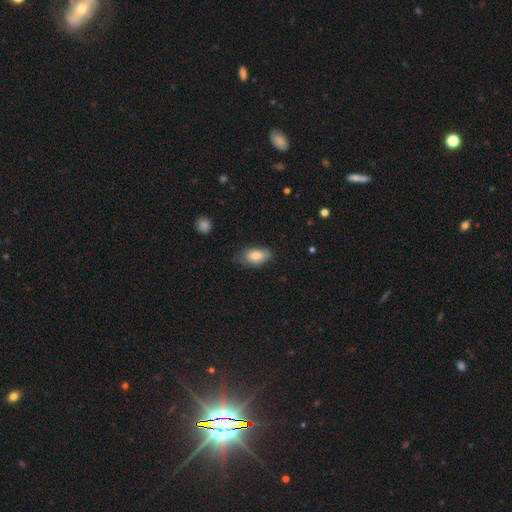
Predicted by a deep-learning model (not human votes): smooth 82%, featured or disk 11%, star or artifact 7%. Down the decision tree: how rounded — in between (91%); merging — none (62%).